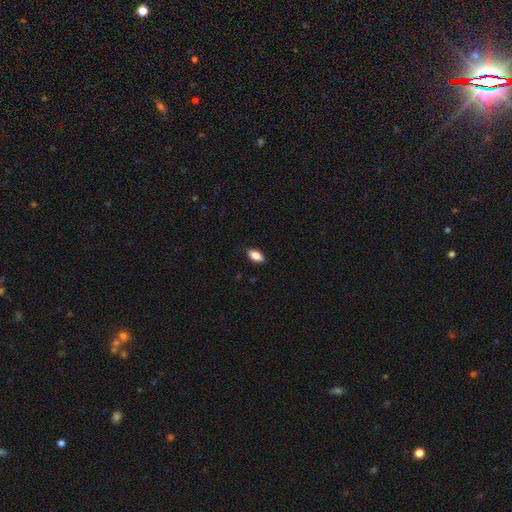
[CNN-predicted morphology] Q: Smooth or featured?
A: smooth (86%); runner-up: star or artifact (8%)
Q: How rounded?
A: in between (90%); runner-up: cigar-shaped (6%)
Q: Merging?
A: none (85%); runner-up: minor disturbance (11%)